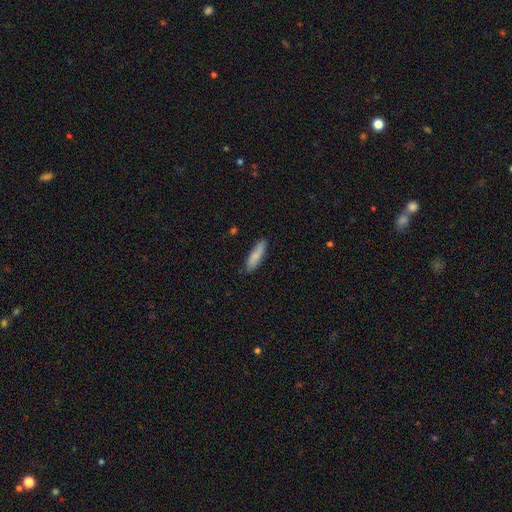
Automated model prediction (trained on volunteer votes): A smooth galaxy with no disk features (82%) that is cigar-shaped (69%). Merging: none (86%).